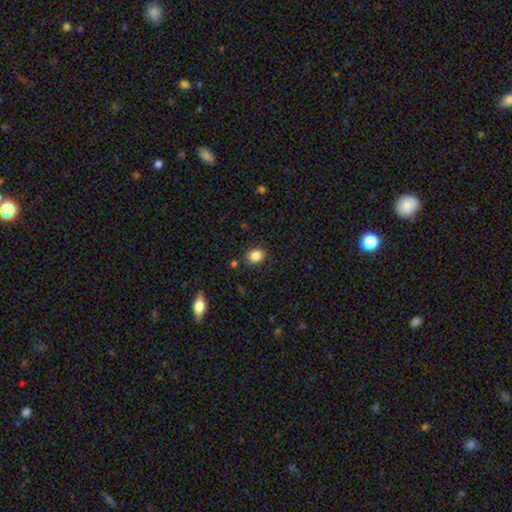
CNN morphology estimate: Smooth or featured: smooth — 85% (star or artifact — 10%)
How rounded: round — 57% (in between — 43%)
Merging: none — 87% (minor disturbance — 8%)